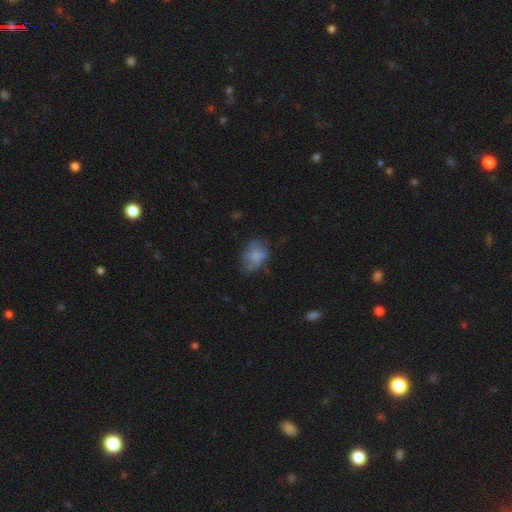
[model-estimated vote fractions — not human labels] A smooth galaxy with no disk features (60%) that is in between round and cigar-shaped (72%). Merging: none (45%).